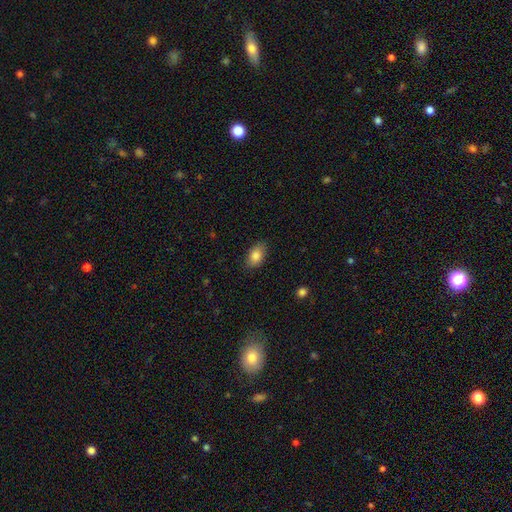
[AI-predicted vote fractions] Smooth or featured? smooth (85%)
How rounded? in between (90%)
Merging? none (83%)